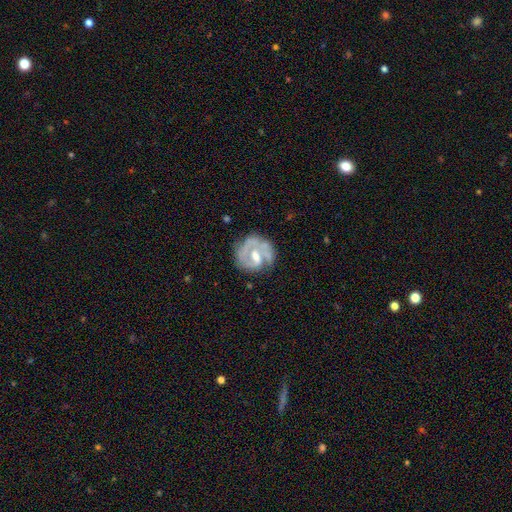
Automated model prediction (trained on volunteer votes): Smooth or featured?
  - featured or disk: 73% *
  - smooth: 20%
  - star or artifact: 7%
Edge-on disk?
  - no: 97% *
  - yes: 3%
Bar?
  - weak: 45% *
  - no: 37%
  - strong: 18%
Spiral arms?
  - yes: 73% *
  - no: 27%
Spiral winding?
  - tight: 51% *
  - medium: 33%
  - loose: 16%
Spiral arm count?
  - 1: 38% *
  - 2: 32%
  - can't tell: 22%
  - 3: 5%
  - 4: 2%
  - more than 4: 2%
Bulge size?
  - moderate: 58% *
  - small: 23%
  - large: 10%
  - none: 8%
  - dominant: 1%
Merging?
  - none: 58% *
  - minor disturbance: 21%
  - major disturbance: 17%
  - merger: 4%